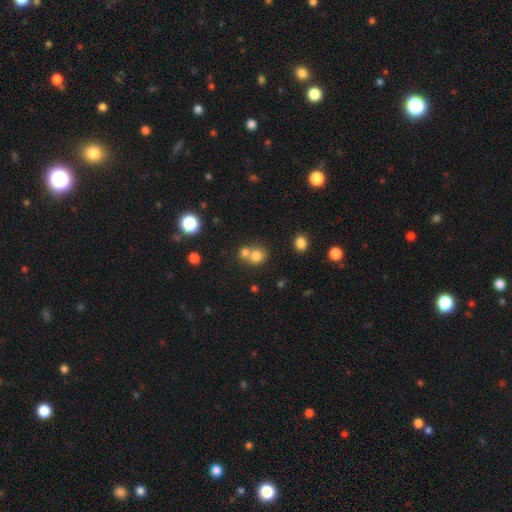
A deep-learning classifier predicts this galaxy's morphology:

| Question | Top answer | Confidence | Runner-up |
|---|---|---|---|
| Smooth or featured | smooth | 77% | star or artifact (13%) |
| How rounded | round | 82% | in between (17%) |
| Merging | merger | 47% | none (43%) |